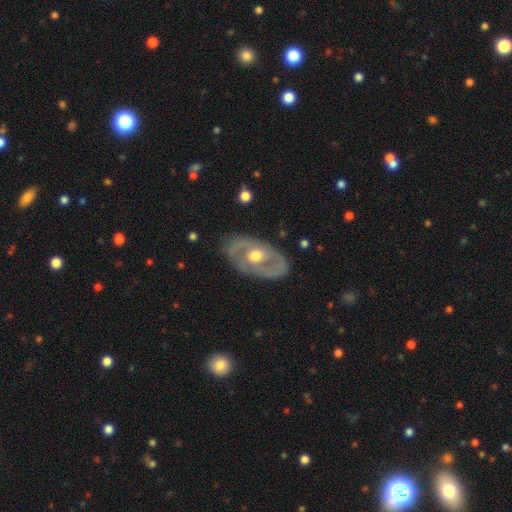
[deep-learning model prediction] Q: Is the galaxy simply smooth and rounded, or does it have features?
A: featured or disk — 75%.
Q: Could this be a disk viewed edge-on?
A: no — 92%.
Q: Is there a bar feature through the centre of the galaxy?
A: no — 68%.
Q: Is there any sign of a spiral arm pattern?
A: yes — 62%.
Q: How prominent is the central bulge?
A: moderate — 76%.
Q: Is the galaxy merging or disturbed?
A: none — 78%.